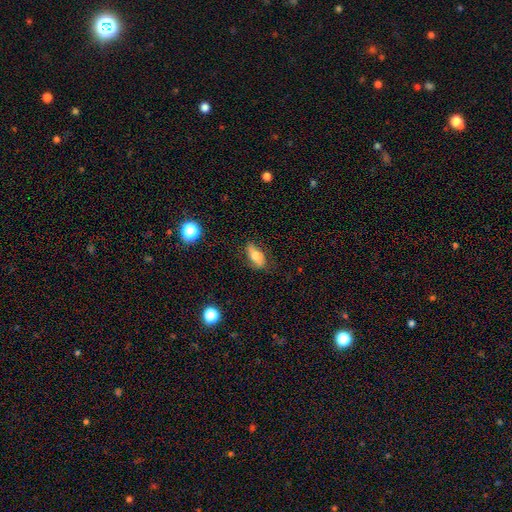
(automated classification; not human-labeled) A smooth galaxy with no disk features (62%) that is in between round and cigar-shaped (83%).

Vote fractions:
- Smooth or featured? smooth: 62% / featured or disk: 28% / star or artifact: 9%
- How rounded? in between: 83% / cigar-shaped: 12% / round: 6%
- Merging? none: 66% / minor disturbance: 25% / major disturbance: 7% / merger: 2%